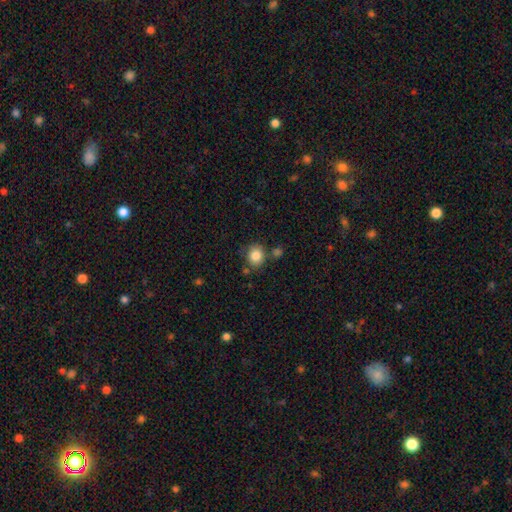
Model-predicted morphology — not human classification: This is clearly a smooth galaxy (84%). How rounded: likely round (78%). Merging: likely none (74%).